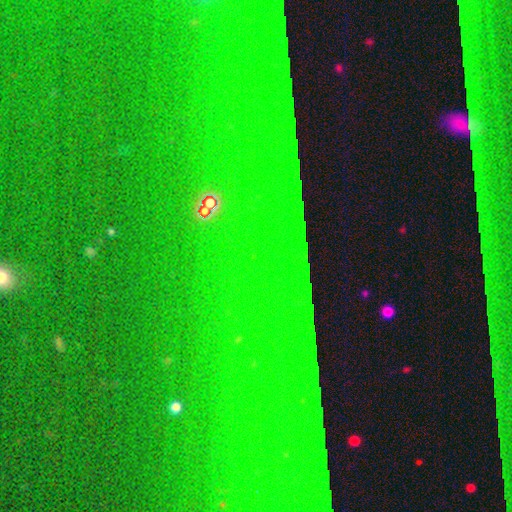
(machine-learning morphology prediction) type=star or artifact (85%).